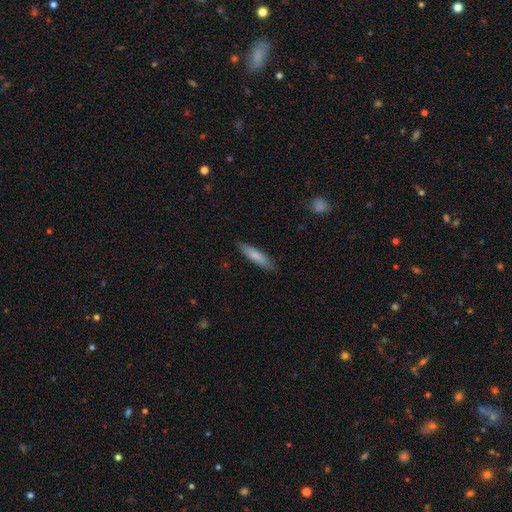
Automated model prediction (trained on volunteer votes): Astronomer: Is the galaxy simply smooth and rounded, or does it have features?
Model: smooth — 79%.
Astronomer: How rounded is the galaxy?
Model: cigar-shaped — 80%.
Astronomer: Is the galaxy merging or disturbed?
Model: none — 86%.